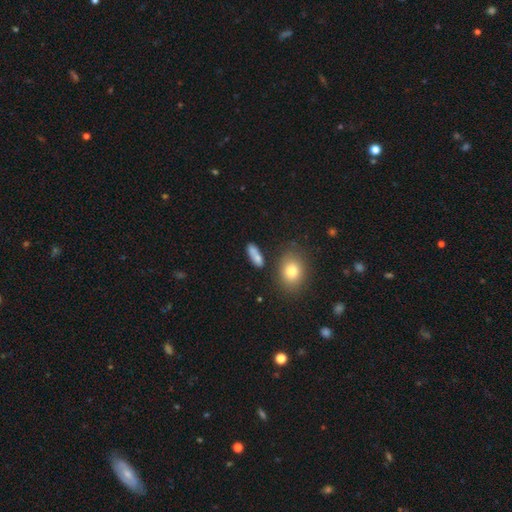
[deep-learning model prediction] Morphology: type=smooth (76%); roundness=in between (60%); merging=none (65%).